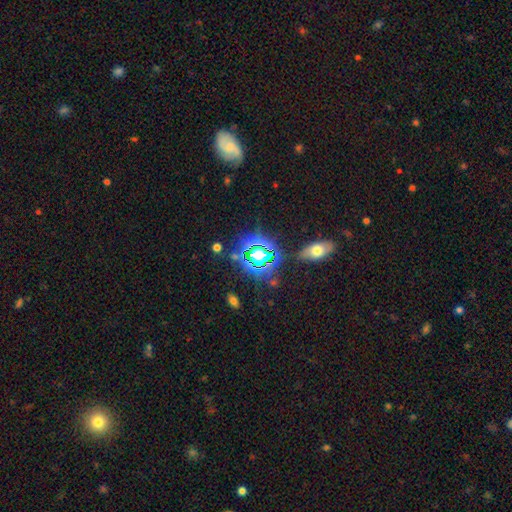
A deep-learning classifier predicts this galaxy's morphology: Smooth or featured? star or artifact (66%)